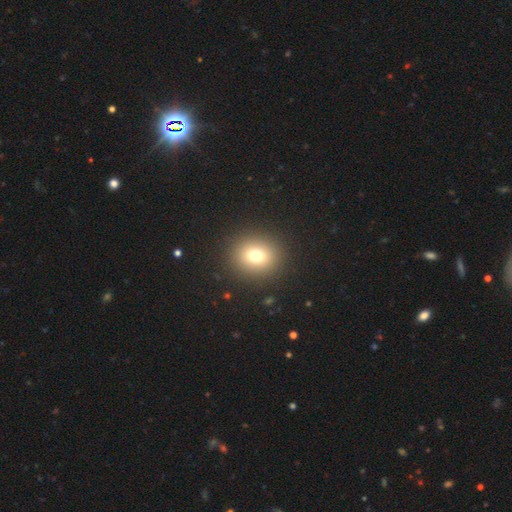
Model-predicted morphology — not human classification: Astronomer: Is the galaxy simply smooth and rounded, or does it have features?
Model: smooth — 75%.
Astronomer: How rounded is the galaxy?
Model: round — 81%.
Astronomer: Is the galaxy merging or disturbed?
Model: none — 90%.